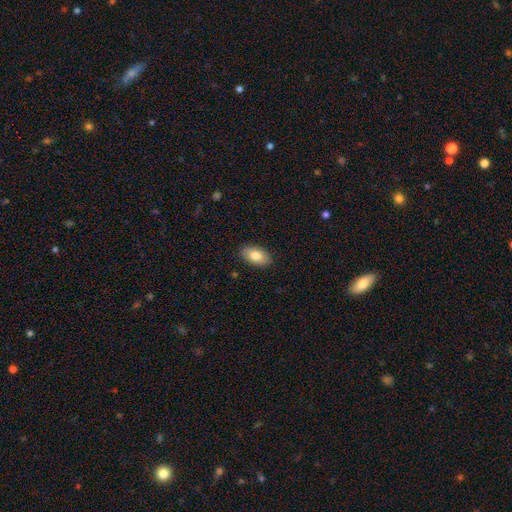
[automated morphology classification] type=smooth (81%); roundness=in between (94%); merging=none (89%).